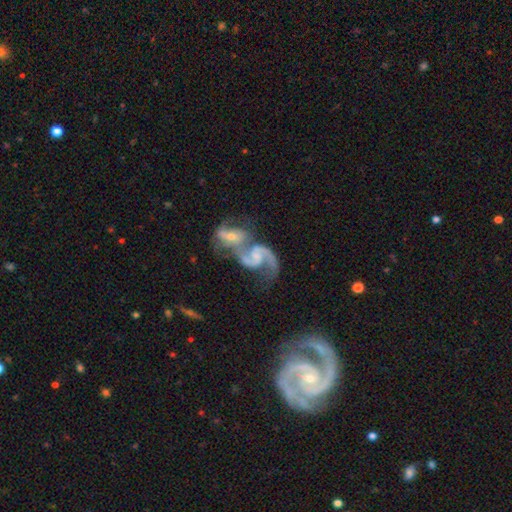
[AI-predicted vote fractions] Q: Smooth or featured?
A: featured or disk (88%); runner-up: smooth (7%)
Q: Edge-on disk?
A: no (97%); runner-up: yes (3%)
Q: Bar?
A: weak (43%); runner-up: no (41%)
Q: Spiral arms?
A: yes (96%); runner-up: no (4%)
Q: Spiral winding?
A: medium (47%); runner-up: loose (44%)
Q: Spiral arm count?
A: 2 (86%); runner-up: 1 (7%)
Q: Bulge size?
A: small (48%); runner-up: moderate (27%)
Q: Merging?
A: merger (70%); runner-up: none (16%)